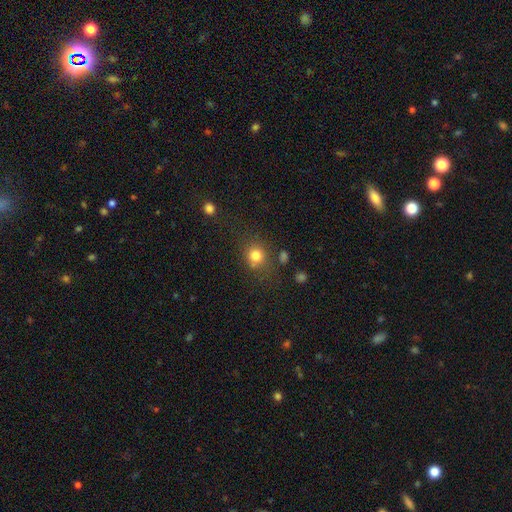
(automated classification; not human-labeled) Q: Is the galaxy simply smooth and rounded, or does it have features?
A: smooth — 79%.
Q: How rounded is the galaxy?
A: round — 82%.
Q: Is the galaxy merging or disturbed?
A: none — 71%.